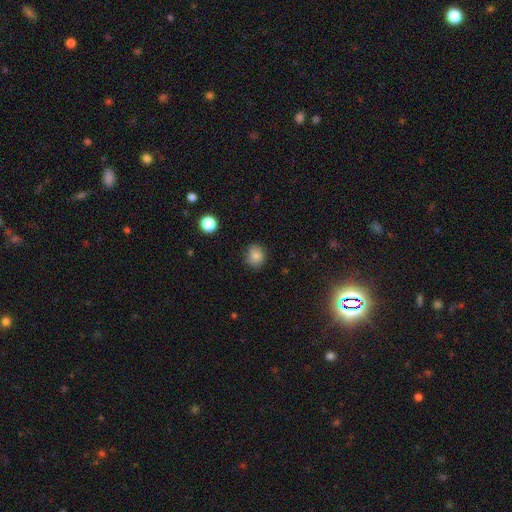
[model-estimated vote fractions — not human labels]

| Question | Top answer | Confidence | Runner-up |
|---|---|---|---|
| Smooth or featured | smooth | 85% | star or artifact (11%) |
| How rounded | round | 75% | in between (24%) |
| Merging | none | 82% | minor disturbance (14%) |